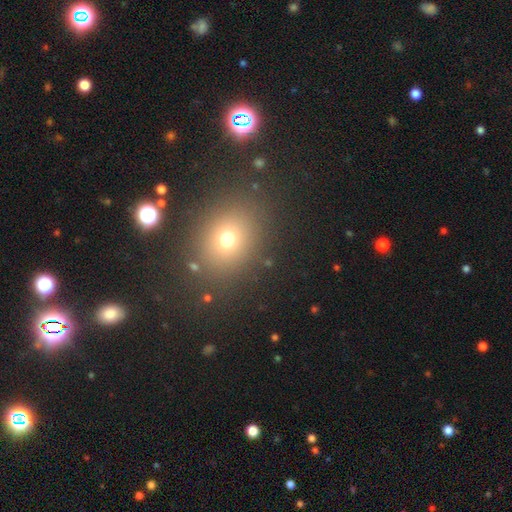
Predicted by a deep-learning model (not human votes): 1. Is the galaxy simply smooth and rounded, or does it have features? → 60% smooth, 31% star or artifact, 9% featured or disk.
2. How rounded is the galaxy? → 63% round, 36% in between, 1% cigar-shaped.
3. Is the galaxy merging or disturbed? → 86% none, 8% minor disturbance, 4% major disturbance, 3% merger.